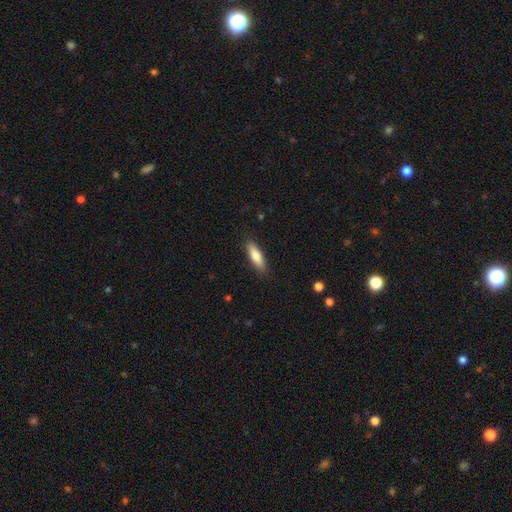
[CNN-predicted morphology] A smooth galaxy with no disk features (77%) that is cigar-shaped (60%).

Vote fractions:
- Smooth or featured? smooth: 77% / featured or disk: 17% / star or artifact: 6%
- How rounded? cigar-shaped: 60% / in between: 39% / round: 2%
- Merging? none: 87% / minor disturbance: 10% / major disturbance: 2% / merger: 1%